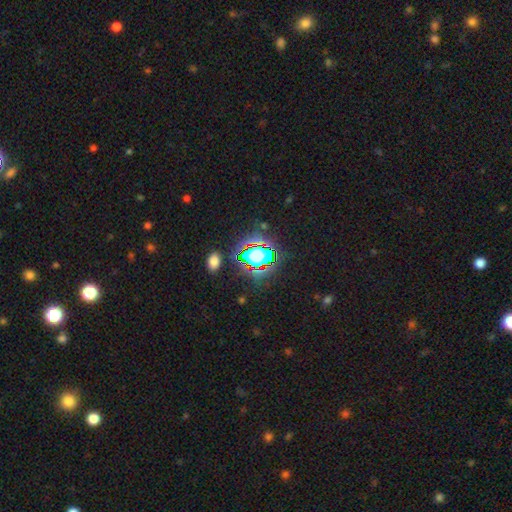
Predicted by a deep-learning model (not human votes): Smooth or featured? Predicted: star or artifact (p=0.59).